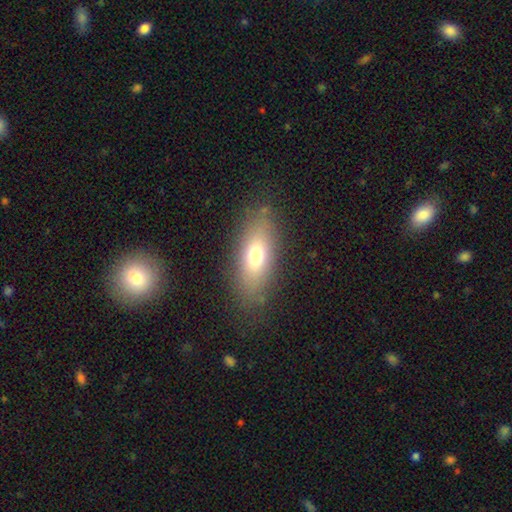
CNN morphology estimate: Smooth or featured: smooth — 71% (featured or disk — 20%)
How rounded: in between — 79% (cigar-shaped — 16%)
Merging: none — 81% (minor disturbance — 12%)